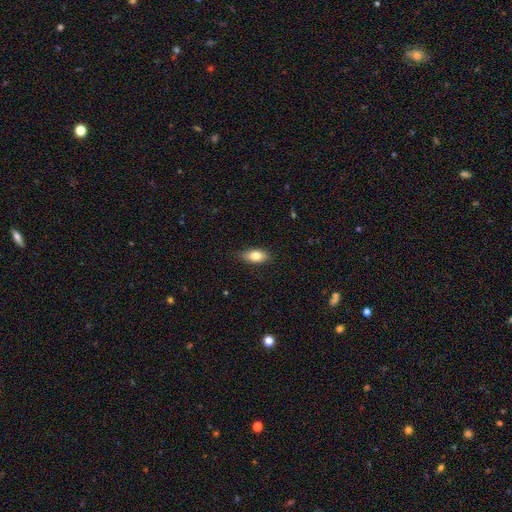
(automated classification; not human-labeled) Q: Smooth or featured?
A: smooth (77%); runner-up: featured or disk (16%)
Q: How rounded?
A: in between (86%); runner-up: cigar-shaped (9%)
Q: Merging?
A: none (84%); runner-up: minor disturbance (12%)